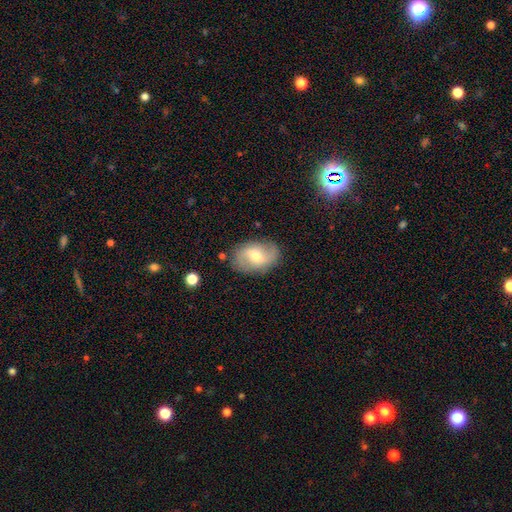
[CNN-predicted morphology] The model was most divided on "smooth or featured": featured or disk: 60%, smooth: 33%, star or artifact: 7%. More confident: edge-on disk — no (95%); spiral arms — yes (81%); merging — none (81%); bulge size — moderate (63%); bar — weak (55%).